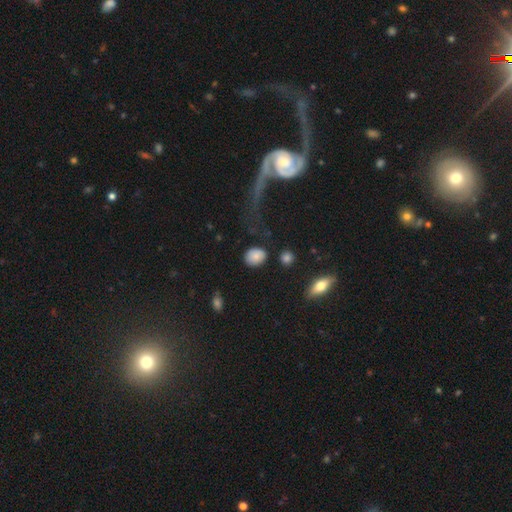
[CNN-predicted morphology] Q: Smooth or featured?
A: smooth (83%); runner-up: star or artifact (9%)
Q: How rounded?
A: in between (60%); runner-up: round (39%)
Q: Merging?
A: none (79%); runner-up: minor disturbance (14%)